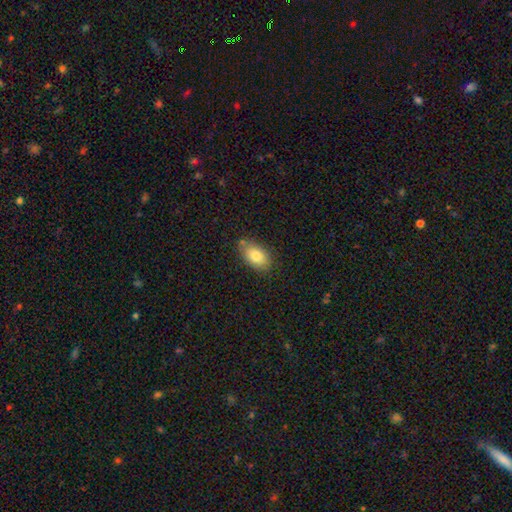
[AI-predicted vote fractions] The model was most divided on "merging": none: 76%, minor disturbance: 17%, merger: 4%, major disturbance: 3%. More confident: how rounded — in between (90%); smooth or featured — smooth (81%).